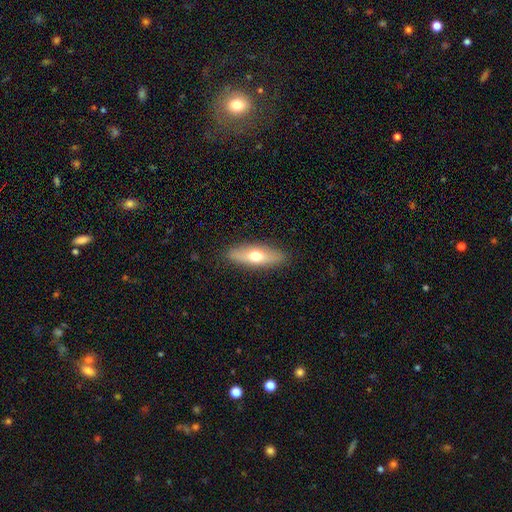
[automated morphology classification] Smooth or featured: smooth — 58% (featured or disk — 36%)
How rounded: in between — 53% (cigar-shaped — 44%)
Merging: none — 88% (minor disturbance — 9%)